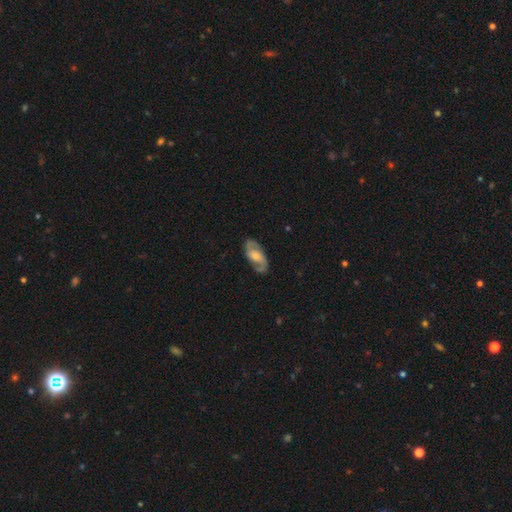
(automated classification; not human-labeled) This appears to be a featured or disk galaxy (76%) with no bar (52%), 2 (88%) medium (50%) spiral arms (90%) and a moderate central bulge (49%). Merging: none (79%).